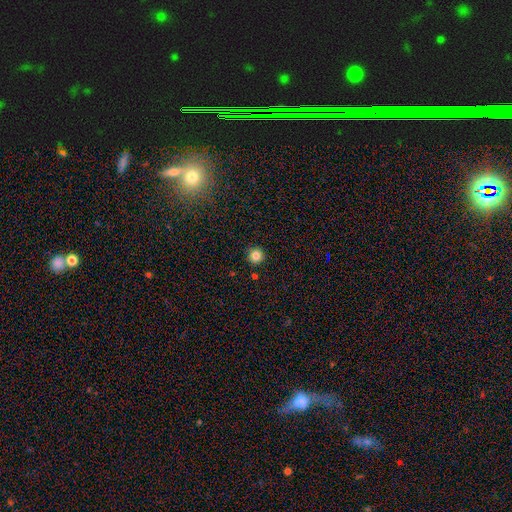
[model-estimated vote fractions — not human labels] This appears to be a smooth galaxy with no disk features (84%) that is round (95%). Merging: none (92%).